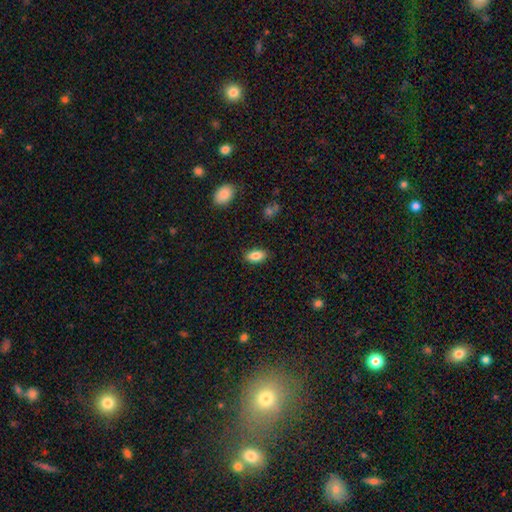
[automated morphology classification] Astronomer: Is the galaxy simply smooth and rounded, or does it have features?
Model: smooth — 85%.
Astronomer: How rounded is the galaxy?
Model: in between — 90%.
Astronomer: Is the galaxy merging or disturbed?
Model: none — 87%.